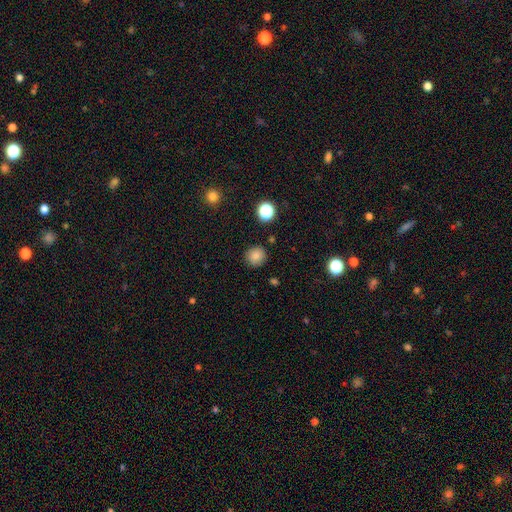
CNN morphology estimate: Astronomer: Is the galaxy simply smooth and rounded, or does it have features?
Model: smooth — 83%.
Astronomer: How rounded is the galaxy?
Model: round — 91%.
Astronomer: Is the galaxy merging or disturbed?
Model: none — 88%.